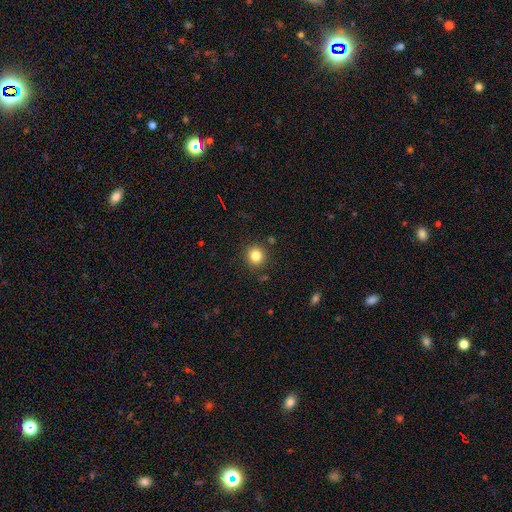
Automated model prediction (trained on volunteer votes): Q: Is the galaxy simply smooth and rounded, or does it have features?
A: smooth — 82%.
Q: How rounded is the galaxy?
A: round — 90%.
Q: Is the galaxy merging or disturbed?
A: none — 89%.